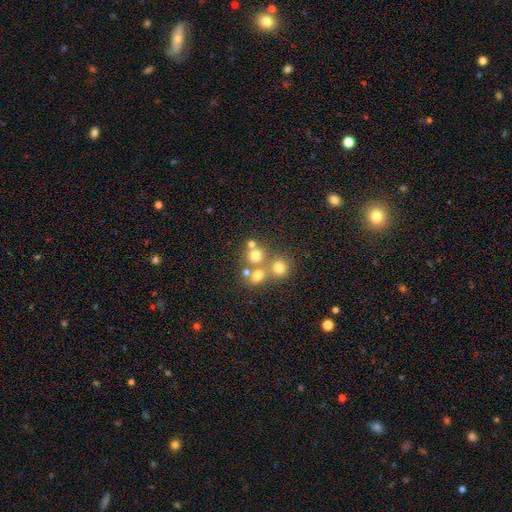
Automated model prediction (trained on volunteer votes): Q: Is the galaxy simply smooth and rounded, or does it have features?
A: smooth — 67%.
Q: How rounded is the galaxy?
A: round — 85%.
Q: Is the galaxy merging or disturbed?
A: none — 51%.